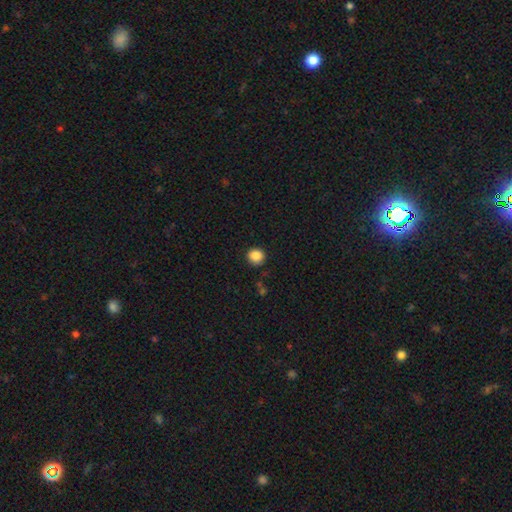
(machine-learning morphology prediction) smooth-or-featured: smooth: 87% | star or artifact: 10% | featured or disk: 3%
  how-rounded: round: 91% | in between: 9% | cigar-shaped: 1%
  merging: none: 89% | minor disturbance: 7% | major disturbance: 2% | merger: 1%